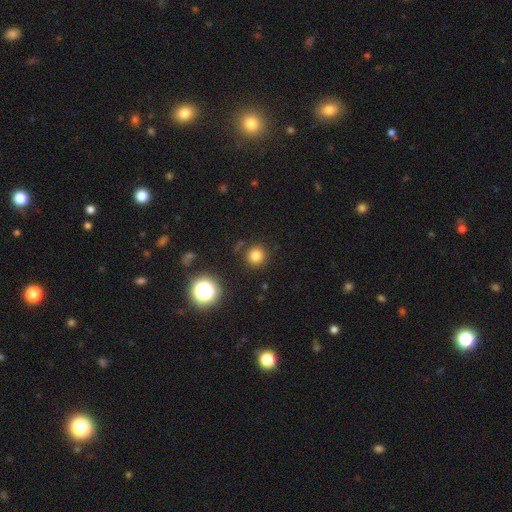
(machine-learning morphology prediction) Smooth or featured?
  - smooth: 79% *
  - star or artifact: 16%
  - featured or disk: 6%
How rounded?
  - round: 94% *
  - in between: 5%
  - cigar-shaped: 1%
Merging?
  - none: 88% *
  - minor disturbance: 7%
  - major disturbance: 3%
  - merger: 2%